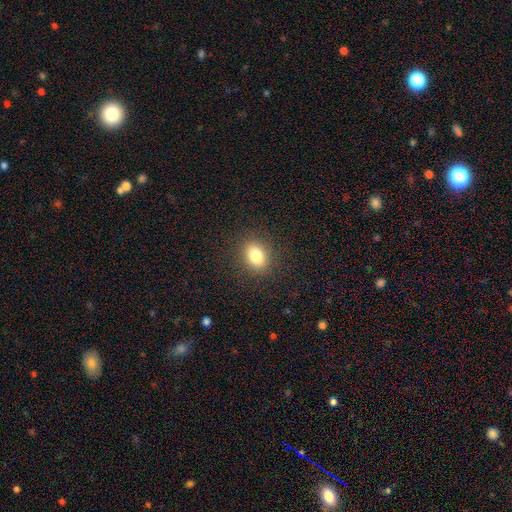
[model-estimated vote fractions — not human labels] smooth_or_featured: smooth (p=0.82) [alt: star or artifact p=0.10]
how_rounded: in between (p=0.64) [alt: round p=0.34]
merging: none (p=0.88) [alt: minor disturbance p=0.08]